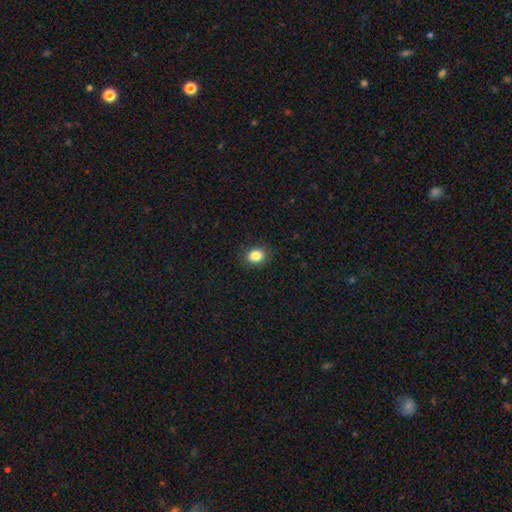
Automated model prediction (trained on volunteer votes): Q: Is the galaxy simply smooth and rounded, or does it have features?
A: smooth — 86%.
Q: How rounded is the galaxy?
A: round — 56%.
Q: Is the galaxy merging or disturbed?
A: none — 88%.